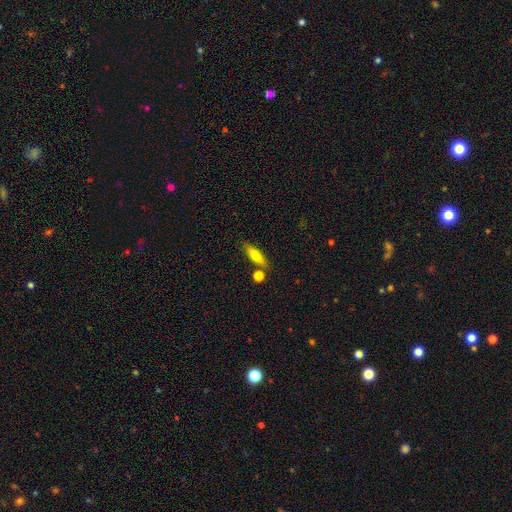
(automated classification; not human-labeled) Q: Smooth or featured?
A: smooth (67%); runner-up: featured or disk (26%)
Q: How rounded?
A: cigar-shaped (60%); runner-up: in between (37%)
Q: Merging?
A: none (74%); runner-up: minor disturbance (12%)